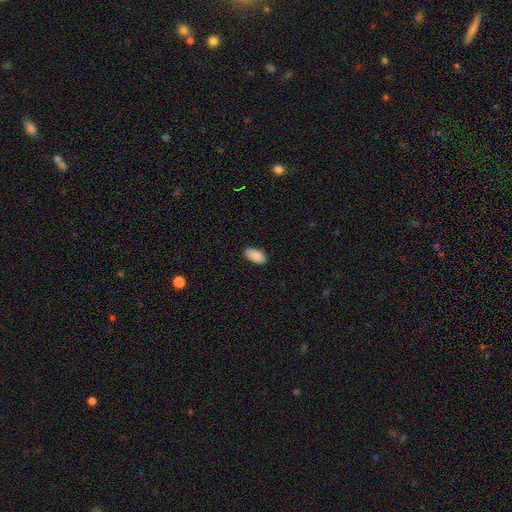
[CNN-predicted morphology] smooth 89%, star or artifact 6%, featured or disk 4%. Down the decision tree: how rounded — in between (94%); merging — none (86%).